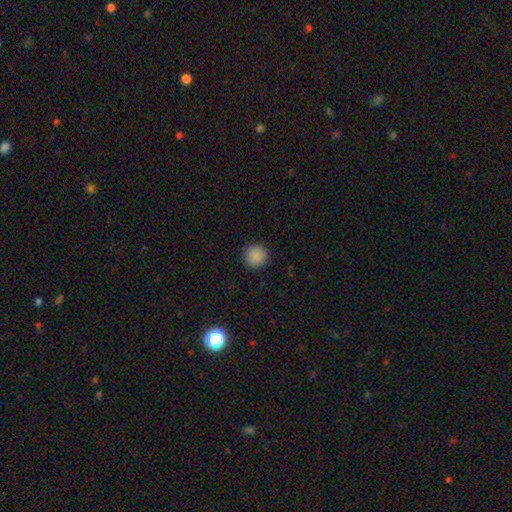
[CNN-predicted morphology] type=smooth (89%); roundness=round (95%); merging=none (92%).